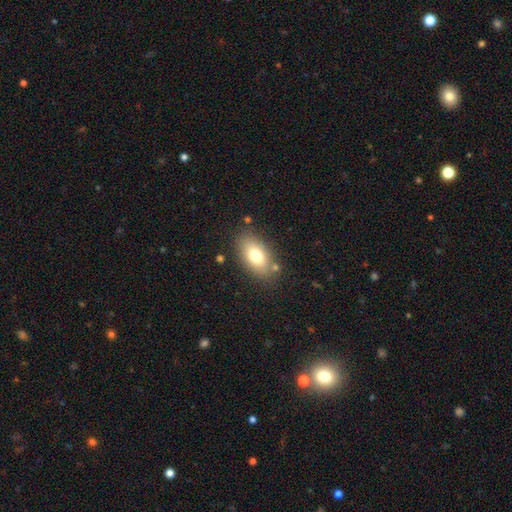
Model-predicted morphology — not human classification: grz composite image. It shows a smooth galaxy with no disk features (75%) that is in between round and cigar-shaped (89%). Merging: none (80%).